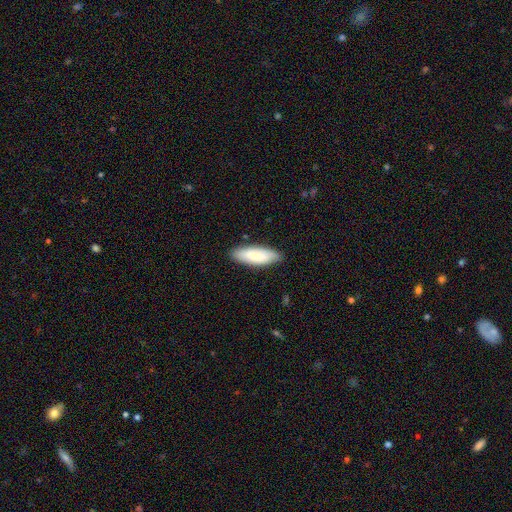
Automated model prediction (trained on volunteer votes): smooth-or-featured: smooth: 82% | featured or disk: 13% | star or artifact: 5%
  how-rounded: in between: 62% | cigar-shaped: 37% | round: 2%
  merging: none: 83% | minor disturbance: 13% | major disturbance: 2% | merger: 1%